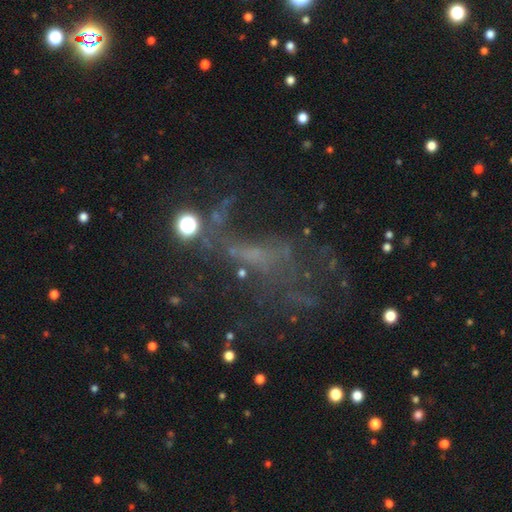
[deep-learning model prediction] Q: Smooth or featured?
A: featured or disk (47%); runner-up: star or artifact (34%)
Q: Merging?
A: major disturbance (45%); runner-up: none (33%)